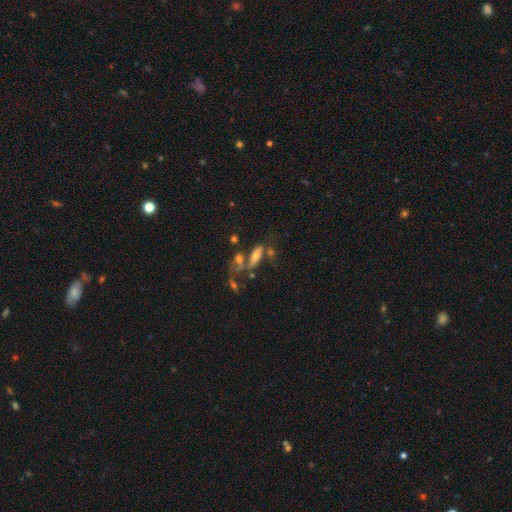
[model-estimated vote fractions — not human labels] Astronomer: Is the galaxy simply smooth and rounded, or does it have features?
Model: smooth — 54% (runner-up: featured or disk, 33%).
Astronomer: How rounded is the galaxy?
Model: in between — 59% (runner-up: cigar-shaped, 37%).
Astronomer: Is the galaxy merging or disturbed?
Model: none — 36% (runner-up: merger, 34%).